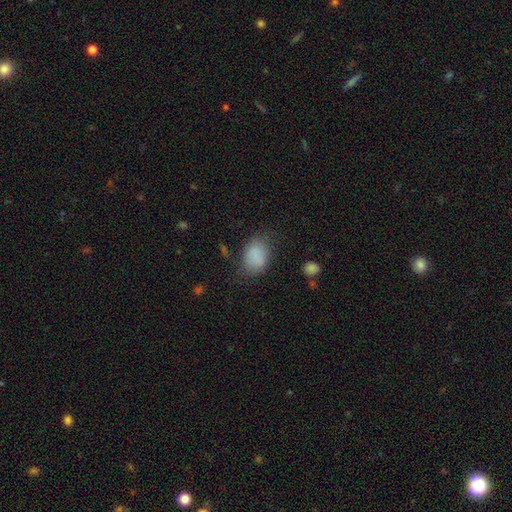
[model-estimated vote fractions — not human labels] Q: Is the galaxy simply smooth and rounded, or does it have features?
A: smooth — 84%.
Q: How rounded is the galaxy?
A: in between — 77%.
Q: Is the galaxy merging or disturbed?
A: none — 66%.